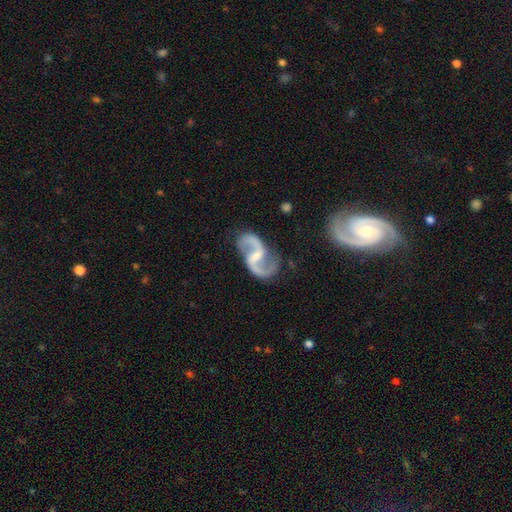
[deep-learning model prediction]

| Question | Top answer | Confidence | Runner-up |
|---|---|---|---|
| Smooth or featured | featured or disk | 93% | star or artifact (4%) |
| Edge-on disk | no | 98% | yes (2%) |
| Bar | weak | 51% | strong (29%) |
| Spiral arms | yes | 98% | no (2%) |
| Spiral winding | medium | 48% | loose (43%) |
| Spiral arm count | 2 | 94% | can't tell (1%) |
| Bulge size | small | 45% | moderate (27%) |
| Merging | none | 76% | minor disturbance (15%) |